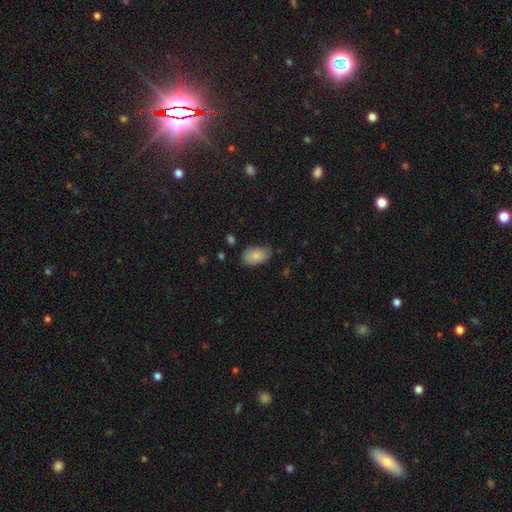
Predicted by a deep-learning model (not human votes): smooth-or-featured: smooth: 85% | featured or disk: 8% | star or artifact: 7%
  how-rounded: in between: 91% | round: 7% | cigar-shaped: 1%
  merging: none: 68% | minor disturbance: 26% | major disturbance: 4% | merger: 2%